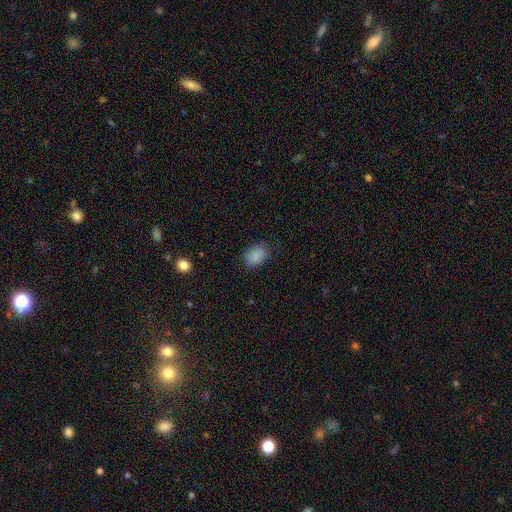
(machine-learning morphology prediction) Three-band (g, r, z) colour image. It shows a smooth galaxy with no disk features (87%) that is in between round and cigar-shaped (74%). Merging: none (80%).